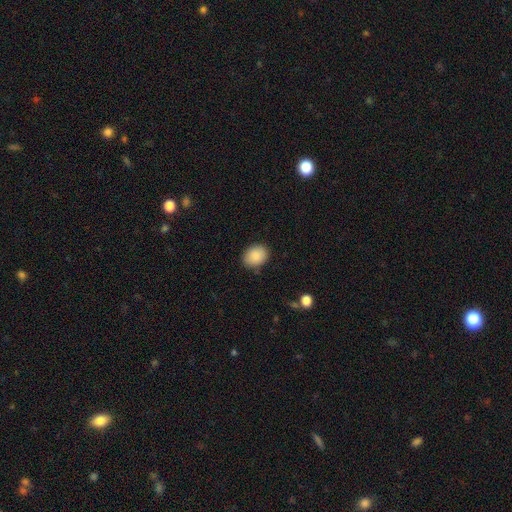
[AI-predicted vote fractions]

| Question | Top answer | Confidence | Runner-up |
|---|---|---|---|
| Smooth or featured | smooth | 88% | star or artifact (7%) |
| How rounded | in between | 61% | round (39%) |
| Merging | none | 85% | minor disturbance (11%) |